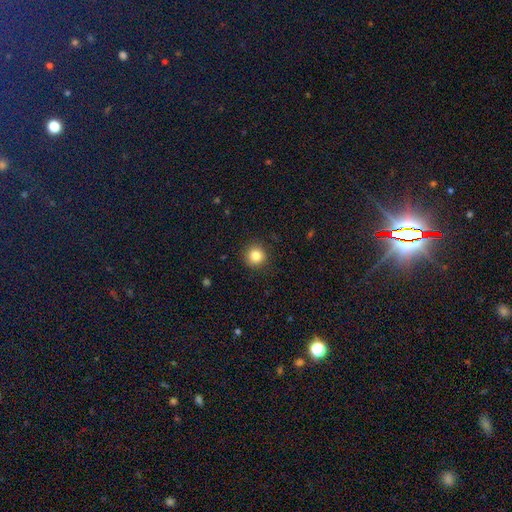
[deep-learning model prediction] smooth-or-featured: smooth: 84% | star or artifact: 11% | featured or disk: 5%
  how-rounded: round: 94% | in between: 5% | cigar-shaped: 1%
  merging: none: 90% | minor disturbance: 7% | major disturbance: 2% | merger: 1%